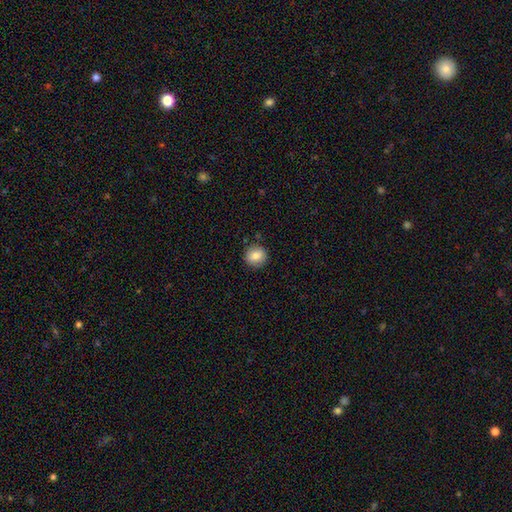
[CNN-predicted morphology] A smooth galaxy with no disk features (84%) that is round (90%).

Vote fractions:
- Smooth or featured? smooth: 84% / star or artifact: 9% / featured or disk: 7%
- How rounded? round: 90% / in between: 9% / cigar-shaped: 1%
- Merging? none: 88% / minor disturbance: 8% / major disturbance: 2% / merger: 2%